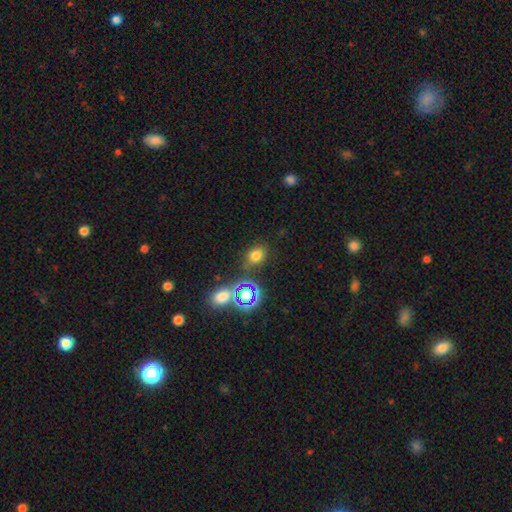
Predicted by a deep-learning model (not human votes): This is likely a smooth galaxy (69%). How rounded: possibly in between (55%). Merging: likely none (76%).